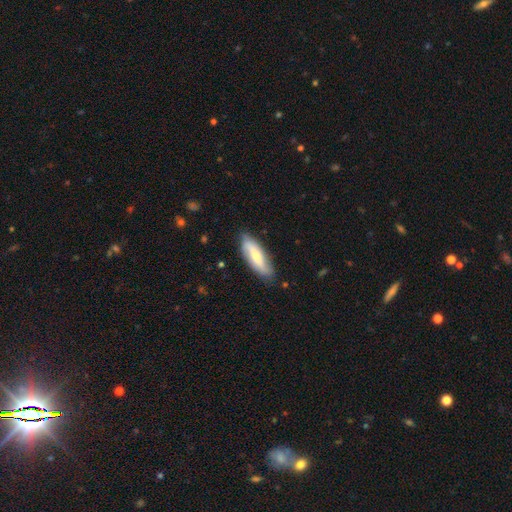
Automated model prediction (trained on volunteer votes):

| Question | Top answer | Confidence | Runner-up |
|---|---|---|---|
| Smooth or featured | smooth | 59% | featured or disk (35%) |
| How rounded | in between | 56% | cigar-shaped (42%) |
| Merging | none | 80% | minor disturbance (16%) |